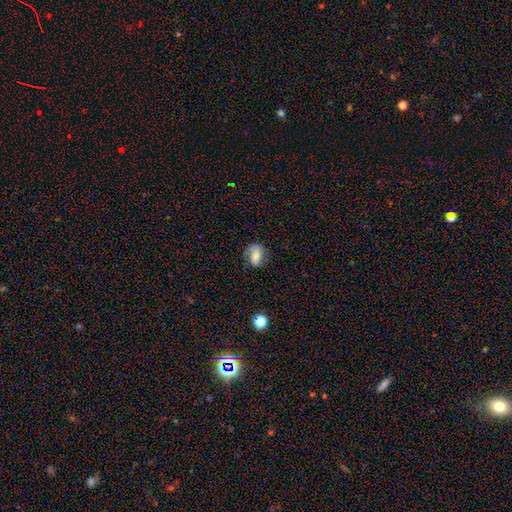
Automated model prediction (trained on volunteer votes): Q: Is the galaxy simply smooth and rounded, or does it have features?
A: smooth — 52%.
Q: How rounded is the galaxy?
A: in between — 69%.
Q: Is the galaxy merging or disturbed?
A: none — 67%.